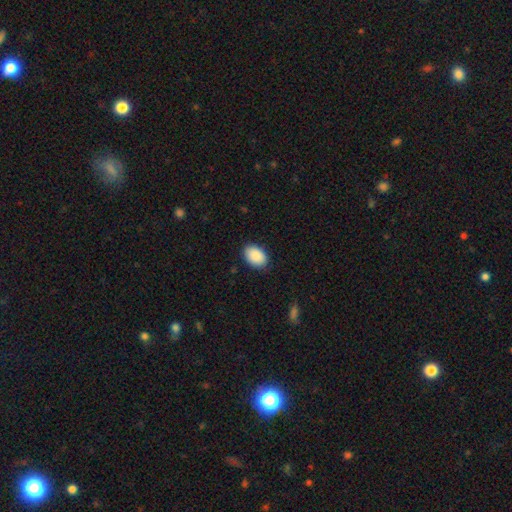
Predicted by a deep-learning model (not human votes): Smooth or featured? Predicted: smooth (p=0.91). How rounded? Predicted: in between (p=0.86). Merging? Predicted: none (p=0.86).